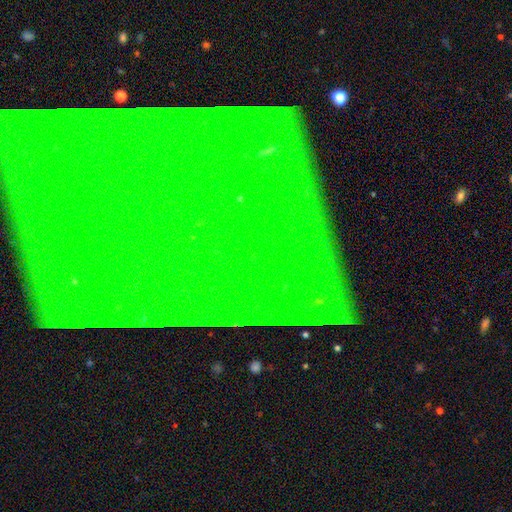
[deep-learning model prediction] Smooth or featured? star or artifact (86%)